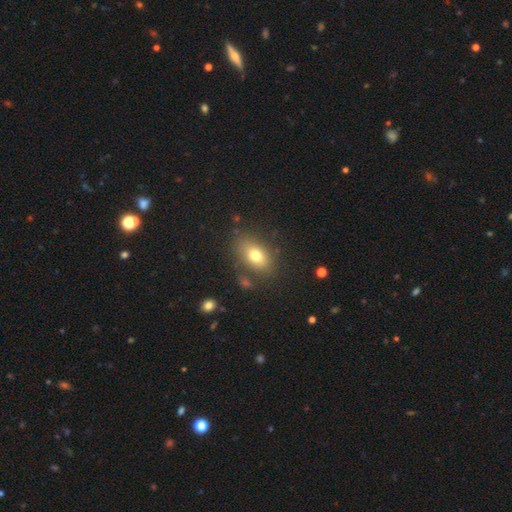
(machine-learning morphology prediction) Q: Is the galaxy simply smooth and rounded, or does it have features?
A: smooth — 74%.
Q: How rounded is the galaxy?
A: in between — 82%.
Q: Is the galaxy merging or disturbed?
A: none — 77%.